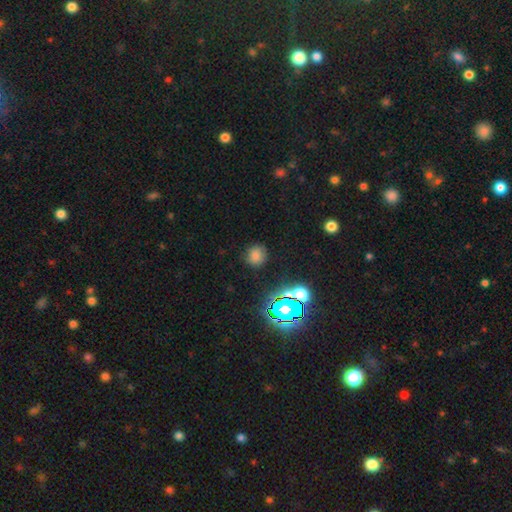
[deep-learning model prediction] smooth 70%, star or artifact 21%, featured or disk 9%. Down the decision tree: how rounded — round (88%); merging — none (84%).